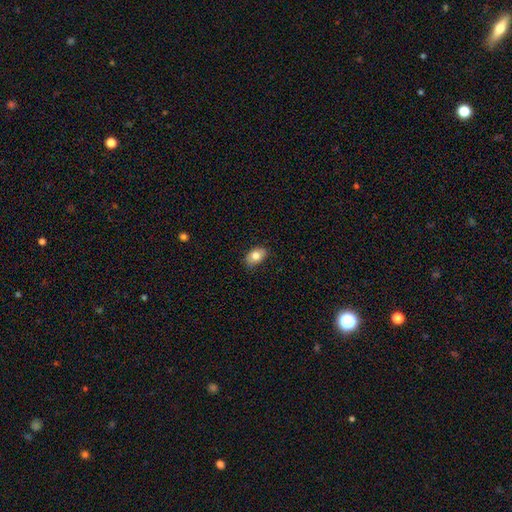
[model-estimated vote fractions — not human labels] Q: Smooth or featured?
A: smooth (81%); runner-up: featured or disk (11%)
Q: How rounded?
A: in between (87%); runner-up: round (11%)
Q: Merging?
A: none (82%); runner-up: minor disturbance (15%)